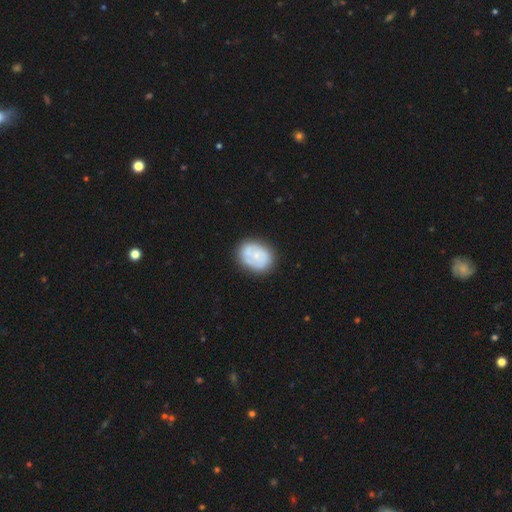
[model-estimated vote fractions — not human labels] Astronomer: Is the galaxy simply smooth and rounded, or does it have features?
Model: smooth — 52% (runner-up: featured or disk, 42%).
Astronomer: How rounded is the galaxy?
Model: in between — 60% (runner-up: round, 39%).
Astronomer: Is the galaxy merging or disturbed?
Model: none — 66%.